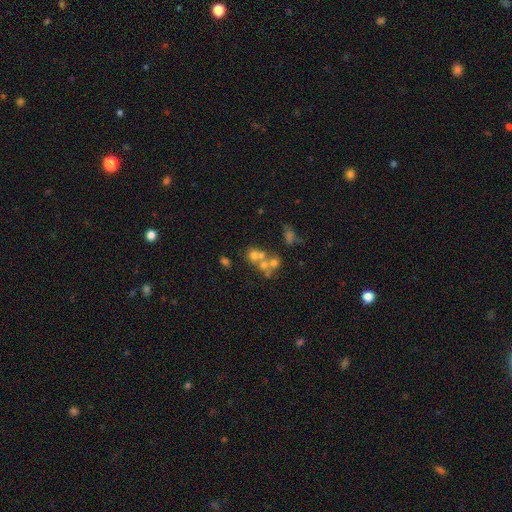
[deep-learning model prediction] Smooth or featured? smooth (48%)
Merging? merger (54%)